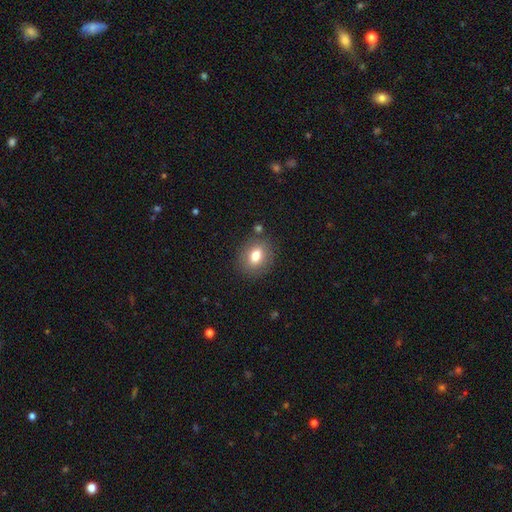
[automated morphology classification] The model was most divided on "how rounded": in between: 53%, round: 46%, cigar-shaped: 1%. More confident: merging — none (83%); smooth or featured — smooth (77%).